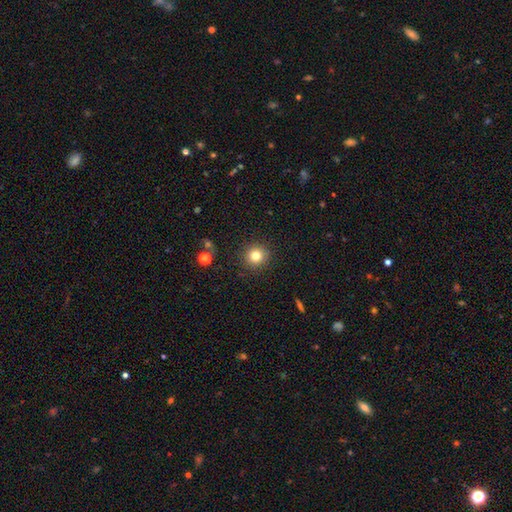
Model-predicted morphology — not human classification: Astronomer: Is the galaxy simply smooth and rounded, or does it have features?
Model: smooth — 80%.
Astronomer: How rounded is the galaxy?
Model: round — 93%.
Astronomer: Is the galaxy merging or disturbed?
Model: none — 90%.